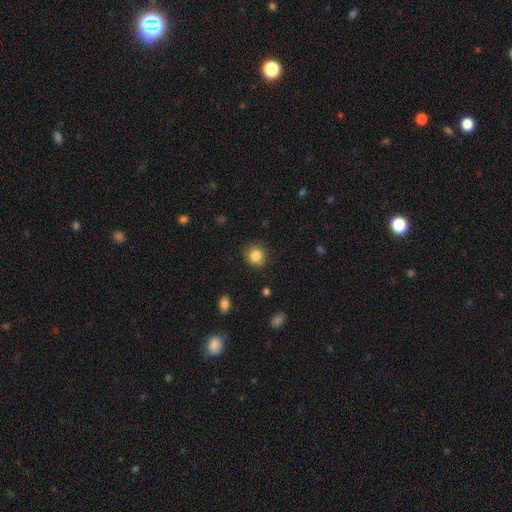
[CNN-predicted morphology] Smooth or featured? smooth (85%)
How rounded? round (87%)
Merging? none (87%)